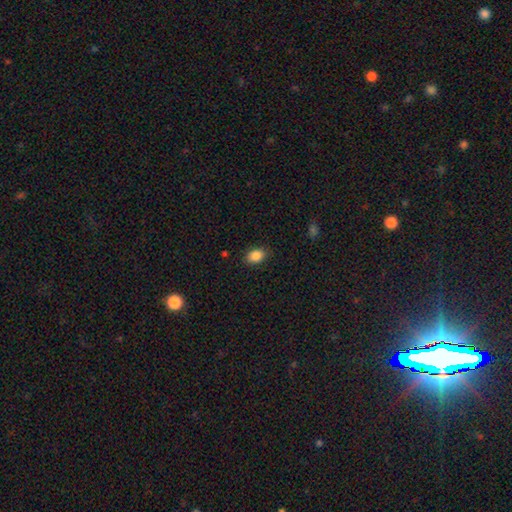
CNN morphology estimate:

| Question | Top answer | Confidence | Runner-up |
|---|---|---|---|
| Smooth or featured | smooth | 87% | star or artifact (9%) |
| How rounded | in between | 81% | round (18%) |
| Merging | none | 87% | minor disturbance (10%) |